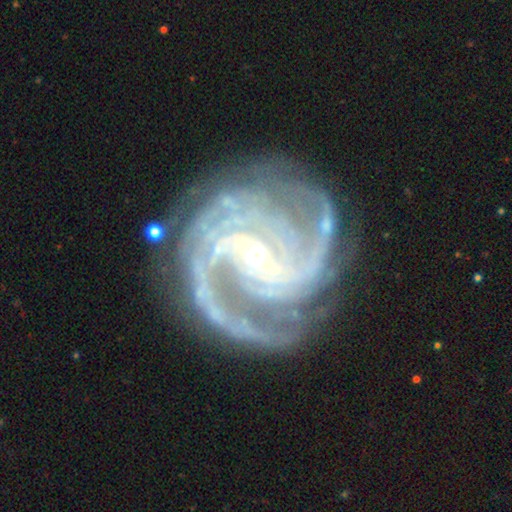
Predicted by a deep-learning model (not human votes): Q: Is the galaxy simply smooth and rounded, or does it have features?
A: featured or disk — 93%.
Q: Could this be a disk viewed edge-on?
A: no — 98%.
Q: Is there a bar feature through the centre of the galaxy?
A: weak — 42%, tied with strong.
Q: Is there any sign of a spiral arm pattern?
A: yes — 99%.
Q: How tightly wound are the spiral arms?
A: tight — 48%.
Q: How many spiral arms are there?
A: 2 — 33%.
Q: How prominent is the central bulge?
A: small — 75%.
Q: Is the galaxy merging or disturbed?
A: none — 75%.